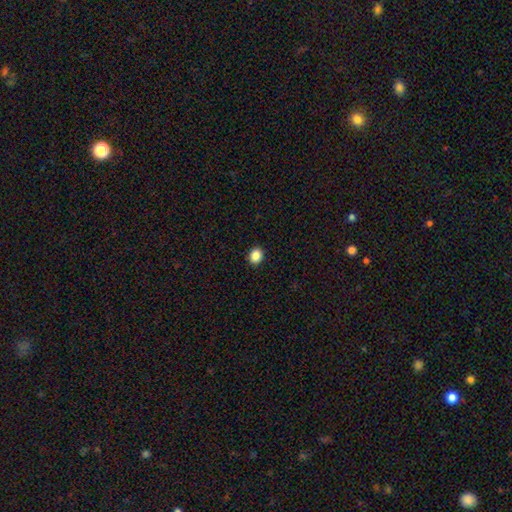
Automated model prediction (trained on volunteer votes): Overall: smooth (87%). How rounded: round (61%; in between 39%). Merging: none (92%).